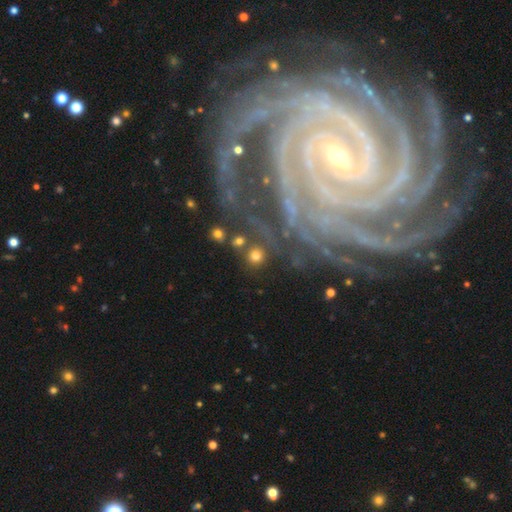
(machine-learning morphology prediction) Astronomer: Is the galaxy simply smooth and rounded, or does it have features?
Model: smooth — 70%.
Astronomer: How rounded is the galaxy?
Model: round — 92%.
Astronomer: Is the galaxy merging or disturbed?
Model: none — 78%.